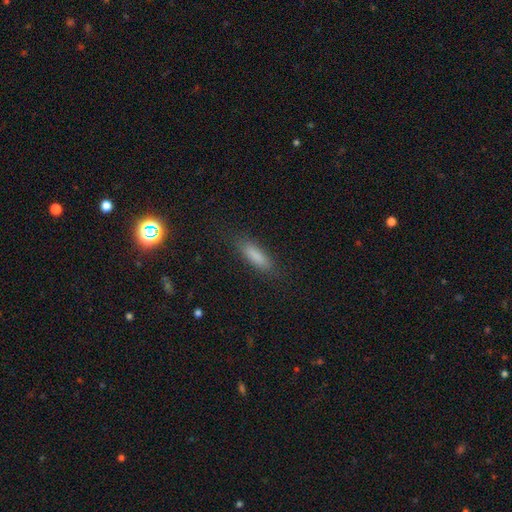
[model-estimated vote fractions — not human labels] Smooth or featured?
  - smooth: 83% *
  - featured or disk: 9%
  - star or artifact: 8%
How rounded?
  - cigar-shaped: 56% *
  - in between: 42%
  - round: 2%
Merging?
  - none: 85% *
  - minor disturbance: 11%
  - major disturbance: 3%
  - merger: 1%